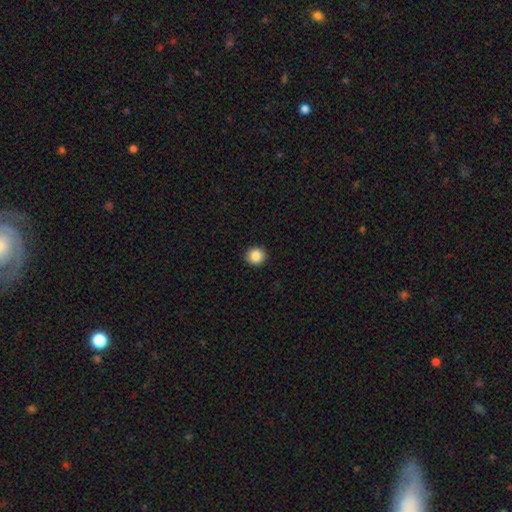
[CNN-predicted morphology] smooth-or-featured: smooth: 87% | star or artifact: 9% | featured or disk: 4%
  how-rounded: round: 93% | in between: 6% | cigar-shaped: 1%
  merging: none: 93% | minor disturbance: 5% | major disturbance: 2% | merger: 1%